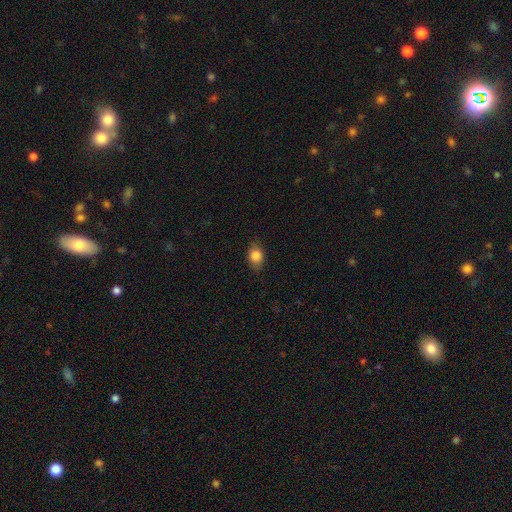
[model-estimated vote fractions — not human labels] Q: Smooth or featured?
A: smooth (84%); runner-up: star or artifact (9%)
Q: How rounded?
A: in between (67%); runner-up: round (31%)
Q: Merging?
A: none (80%); runner-up: minor disturbance (15%)